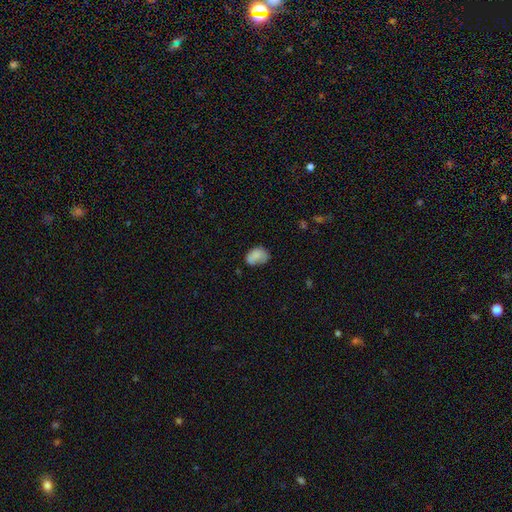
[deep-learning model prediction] Q: Smooth or featured?
A: smooth (77%); runner-up: featured or disk (14%)
Q: How rounded?
A: in between (77%); runner-up: round (22%)
Q: Merging?
A: none (47%); runner-up: minor disturbance (33%)